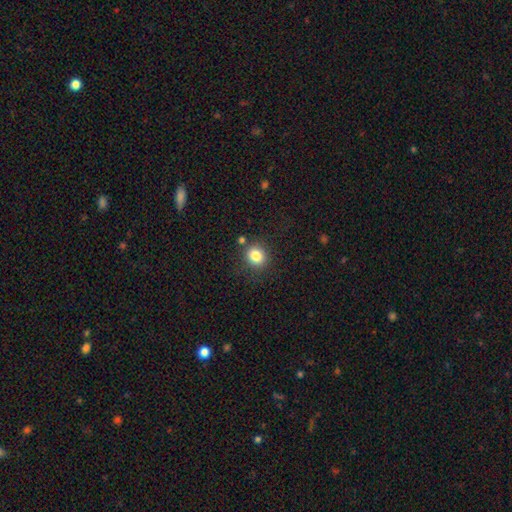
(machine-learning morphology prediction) Q: Smooth or featured?
A: smooth (82%); runner-up: star or artifact (11%)
Q: How rounded?
A: round (79%); runner-up: in between (21%)
Q: Merging?
A: none (81%); runner-up: minor disturbance (10%)